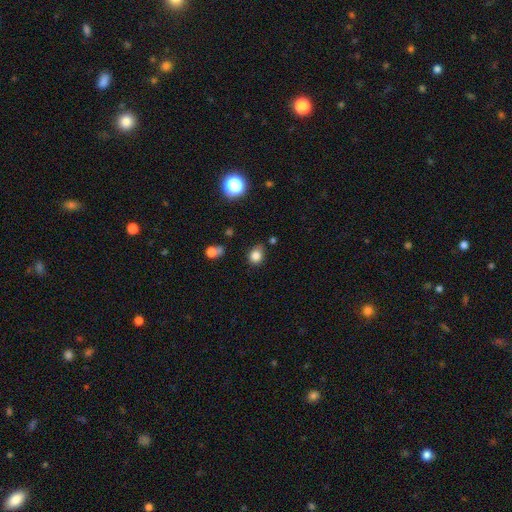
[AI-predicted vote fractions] Smooth or featured: smooth — 82% (star or artifact — 12%)
How rounded: round — 68% (in between — 31%)
Merging: none — 70% (minor disturbance — 21%)